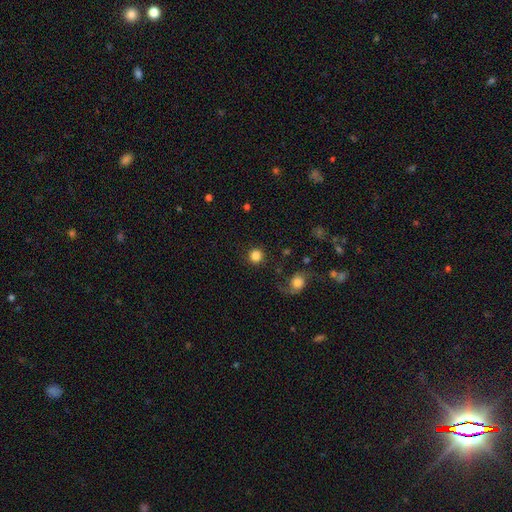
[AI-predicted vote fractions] Smooth or featured: smooth — 84% (star or artifact — 10%)
How rounded: round — 94% (in between — 5%)
Merging: none — 88% (minor disturbance — 6%)